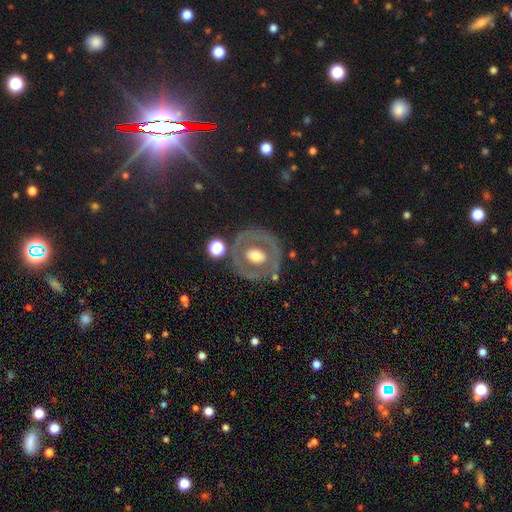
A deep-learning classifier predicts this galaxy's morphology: type=featured or disk (59%); edge-on=no (95%); bar=no (72%); spiral arms=no (83%); bulge=moderate (58%); merging=none (73%).